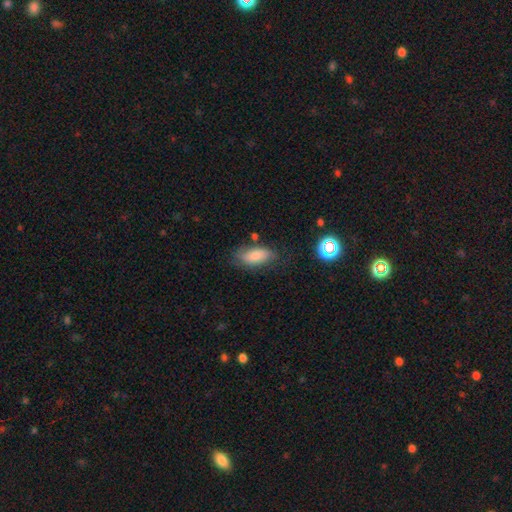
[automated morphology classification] Q: Smooth or featured?
A: smooth (82%); runner-up: featured or disk (10%)
Q: How rounded?
A: in between (87%); runner-up: cigar-shaped (10%)
Q: Merging?
A: none (67%); runner-up: minor disturbance (22%)